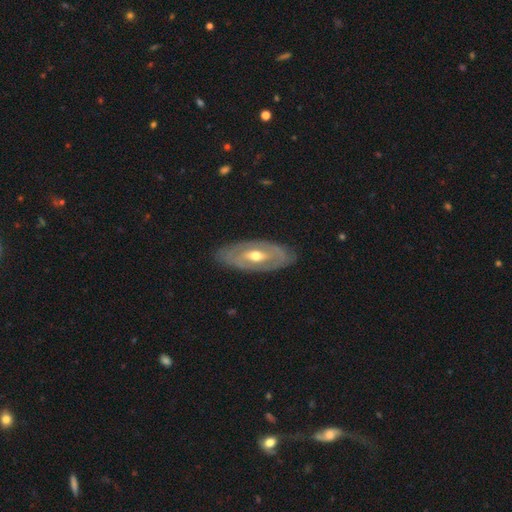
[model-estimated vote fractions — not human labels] Smooth or featured?
  - featured or disk: 72% *
  - smooth: 24%
  - star or artifact: 5%
Edge-on disk?
  - no: 86% *
  - yes: 14%
Bar?
  - no: 50% *
  - weak: 33%
  - strong: 18%
Spiral arms?
  - no: 52% *
  - yes: 48%
Bulge size?
  - moderate: 73% *
  - small: 20%
  - large: 5%
  - dominant: 1%
  - none: 1%
Merging?
  - none: 83% *
  - minor disturbance: 12%
  - major disturbance: 4%
  - merger: 1%